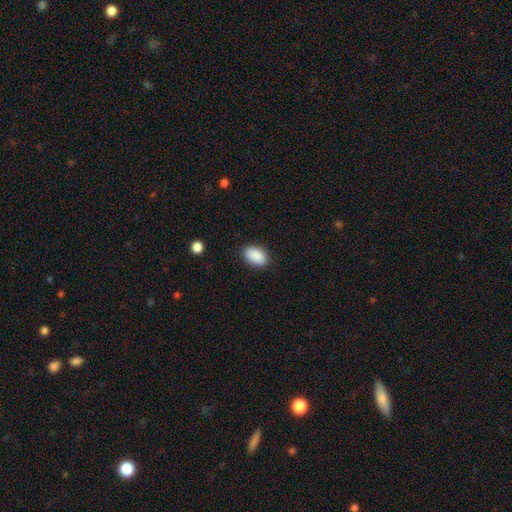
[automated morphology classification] Smooth or featured?
  - smooth: 90% *
  - star or artifact: 7%
  - featured or disk: 3%
How rounded?
  - in between: 90% *
  - round: 9%
  - cigar-shaped: 1%
Merging?
  - none: 87% *
  - minor disturbance: 9%
  - major disturbance: 2%
  - merger: 1%